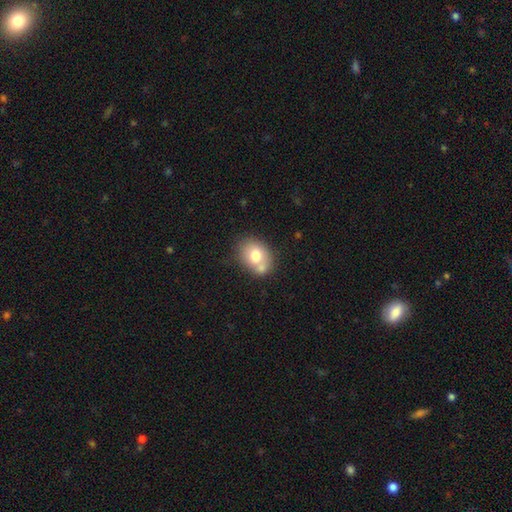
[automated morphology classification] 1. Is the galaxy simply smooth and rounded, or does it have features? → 71% smooth, 20% featured or disk, 9% star or artifact.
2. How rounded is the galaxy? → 57% in between, 42% round, 1% cigar-shaped.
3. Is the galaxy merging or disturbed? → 47% none, 32% merger, 15% minor disturbance, 5% major disturbance.